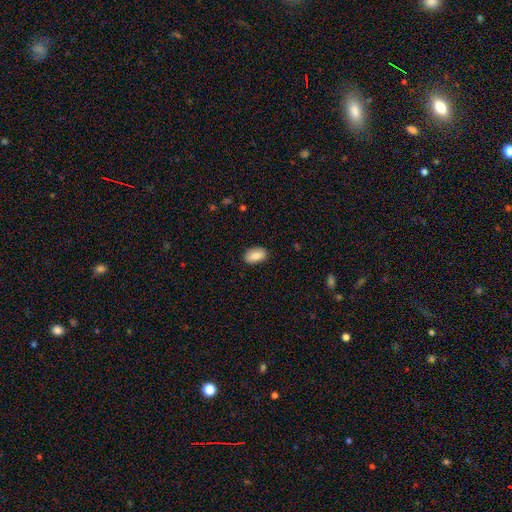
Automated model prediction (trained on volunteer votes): This appears to be a smooth galaxy with no disk features (83%) that is in between round and cigar-shaped (91%). Merging: none (86%).